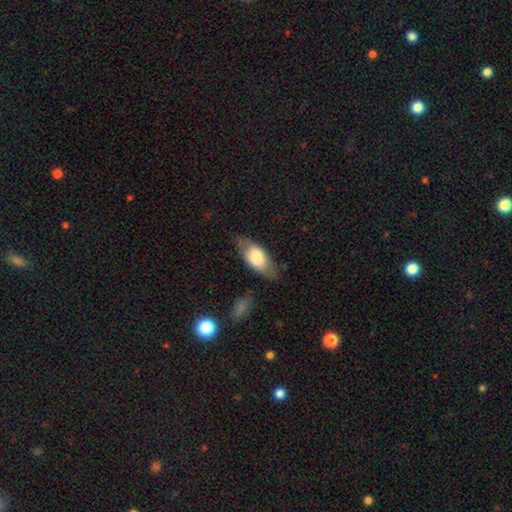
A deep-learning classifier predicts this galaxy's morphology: A smooth galaxy with no disk features (68%) that is in between round and cigar-shaped (84%).

Vote fractions:
- Smooth or featured? smooth: 68% / featured or disk: 26% / star or artifact: 6%
- How rounded? in between: 84% / cigar-shaped: 12% / round: 4%
- Merging? none: 74% / minor disturbance: 18% / major disturbance: 6% / merger: 2%